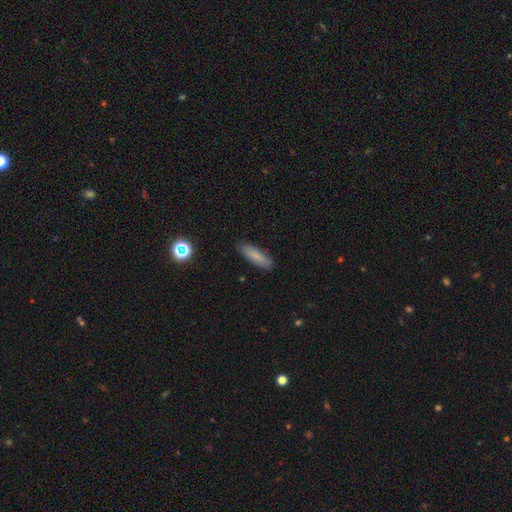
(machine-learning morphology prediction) Overall: smooth (80%). How rounded: cigar-shaped (61%; in between 38%). Merging: none (86%).